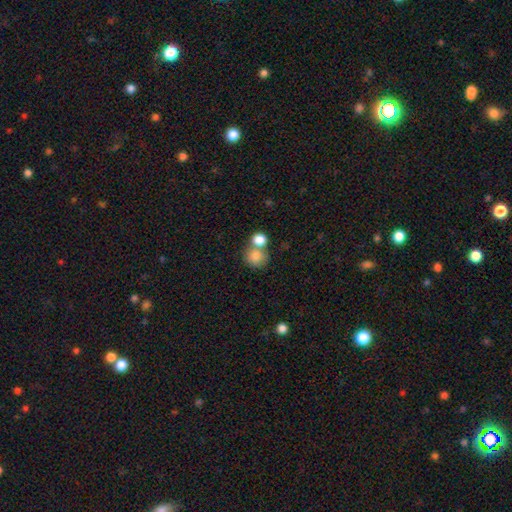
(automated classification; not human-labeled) smooth_or_featured: smooth (p=0.82) [alt: star or artifact p=0.09]
how_rounded: round (p=0.82) [alt: in between p=0.17]
merging: merger (p=0.47) [alt: none p=0.41]